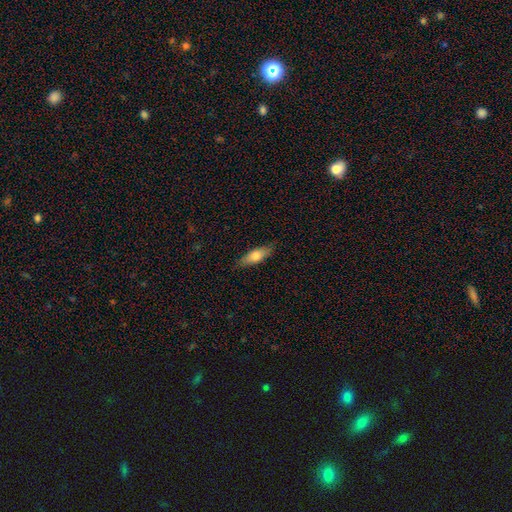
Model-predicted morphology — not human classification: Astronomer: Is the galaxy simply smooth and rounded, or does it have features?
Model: smooth — 69%.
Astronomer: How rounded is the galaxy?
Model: in between — 59% (runner-up: cigar-shaped, 38%).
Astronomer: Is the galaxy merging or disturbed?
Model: none — 85%.